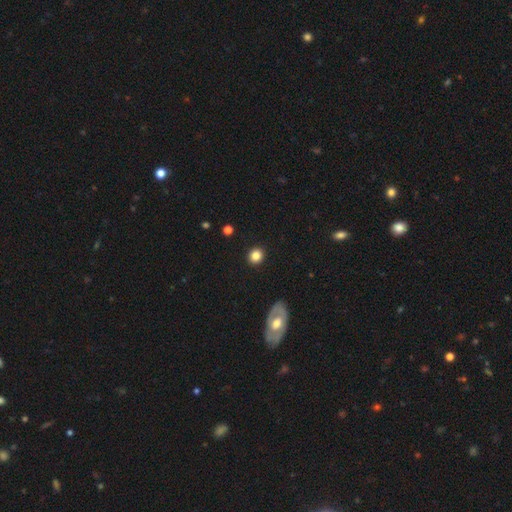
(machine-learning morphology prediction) smooth 84%, star or artifact 10%, featured or disk 6%. Down the decision tree: how rounded — round (86%); merging — none (91%).